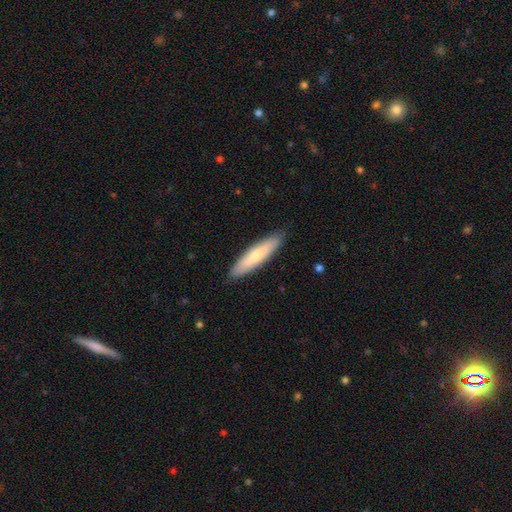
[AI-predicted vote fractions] This appears to be a smooth galaxy with no disk features (67%) that is cigar-shaped (76%). Merging: none (88%).